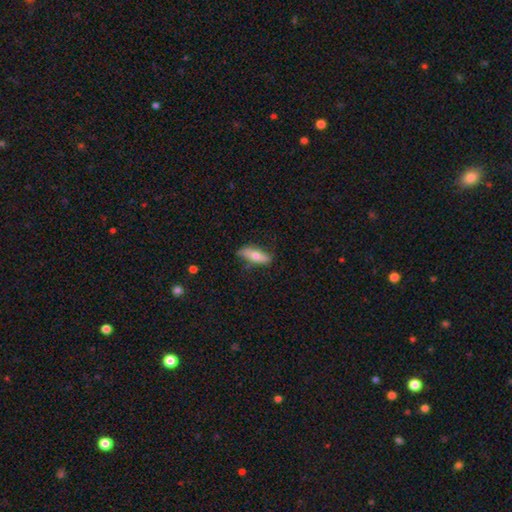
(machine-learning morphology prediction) A smooth galaxy with no disk features (56%) that is in between round and cigar-shaped (53%). Merging: none (74%).